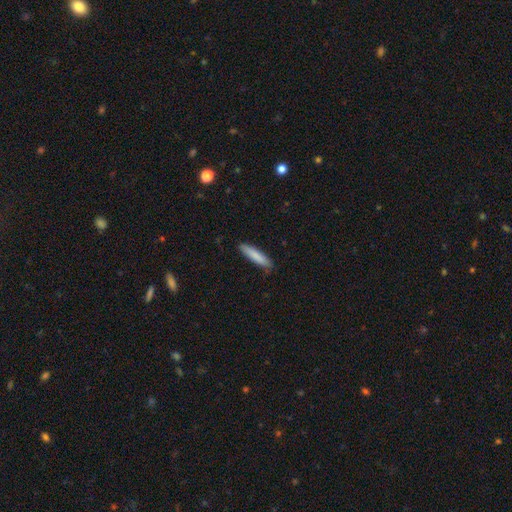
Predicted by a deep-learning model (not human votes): Smooth or featured: smooth — 83% (featured or disk — 11%)
How rounded: cigar-shaped — 85% (in between — 14%)
Merging: none — 86% (minor disturbance — 11%)